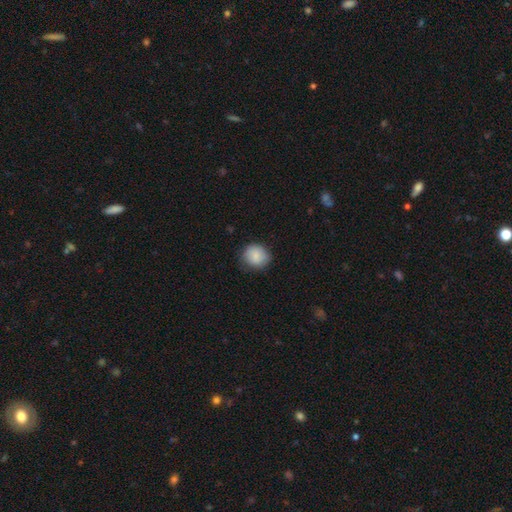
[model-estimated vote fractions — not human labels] Q: Smooth or featured?
A: smooth (86%); runner-up: featured or disk (7%)
Q: How rounded?
A: round (82%); runner-up: in between (17%)
Q: Merging?
A: none (78%); runner-up: minor disturbance (18%)